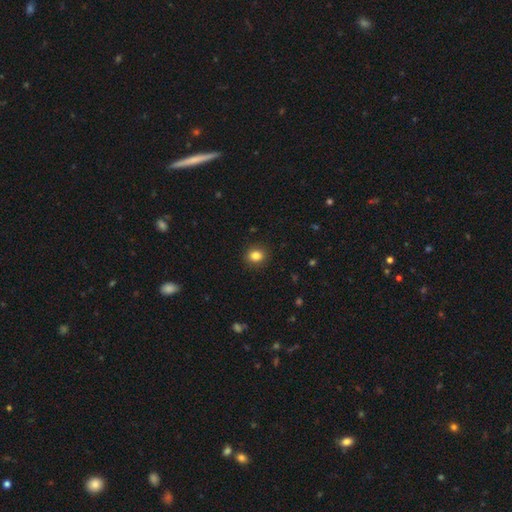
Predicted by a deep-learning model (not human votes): smooth_or_featured: smooth (p=0.84) [alt: star or artifact p=0.11]
how_rounded: round (p=0.66) [alt: in between p=0.33]
merging: none (p=0.90) [alt: minor disturbance p=0.07]